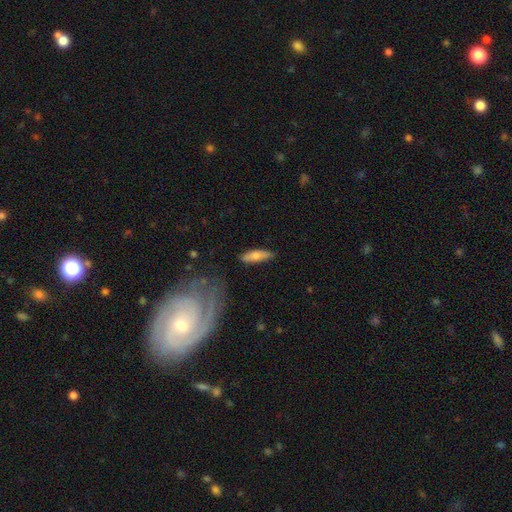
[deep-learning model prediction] smooth_or_featured: smooth (p=0.71) [alt: featured or disk p=0.23]
how_rounded: cigar-shaped (p=0.57) [alt: in between p=0.41]
merging: none (p=0.82) [alt: minor disturbance p=0.13]